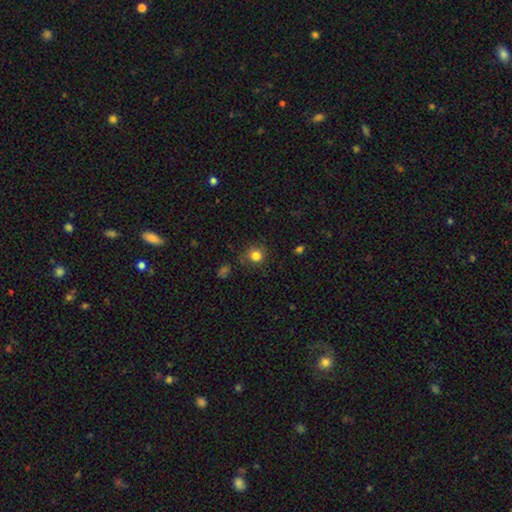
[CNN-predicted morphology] smooth-or-featured: smooth: 82% | star or artifact: 12% | featured or disk: 6%
  how-rounded: round: 87% | in between: 13% | cigar-shaped: 1%
  merging: none: 77% | minor disturbance: 16% | major disturbance: 5% | merger: 2%